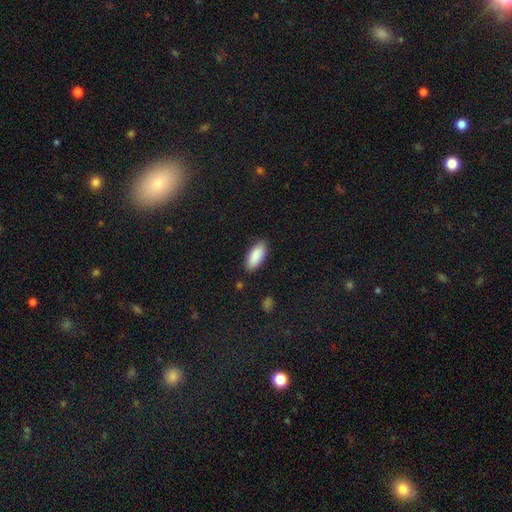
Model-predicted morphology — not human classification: Q: Smooth or featured?
A: smooth (89%); runner-up: star or artifact (6%)
Q: How rounded?
A: in between (85%); runner-up: cigar-shaped (13%)
Q: Merging?
A: none (85%); runner-up: minor disturbance (11%)